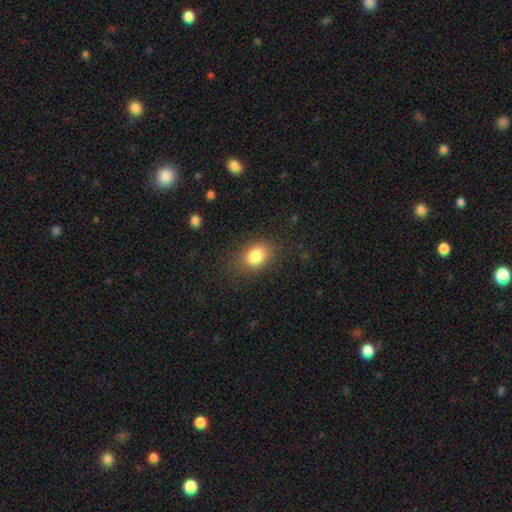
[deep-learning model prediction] Smooth or featured? Predicted: smooth (p=0.84). How rounded? Predicted: in between (p=0.80). Merging? Predicted: none (p=0.73).